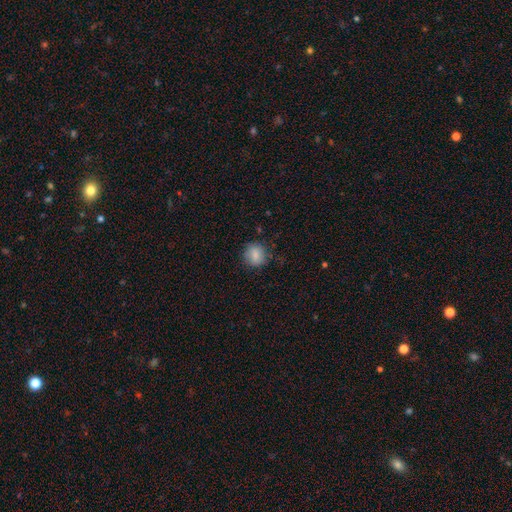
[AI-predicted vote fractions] smooth-or-featured: smooth: 83% | star or artifact: 9% | featured or disk: 8%
  how-rounded: round: 77% | in between: 22% | cigar-shaped: 1%
  merging: none: 78% | minor disturbance: 16% | major disturbance: 4% | merger: 1%